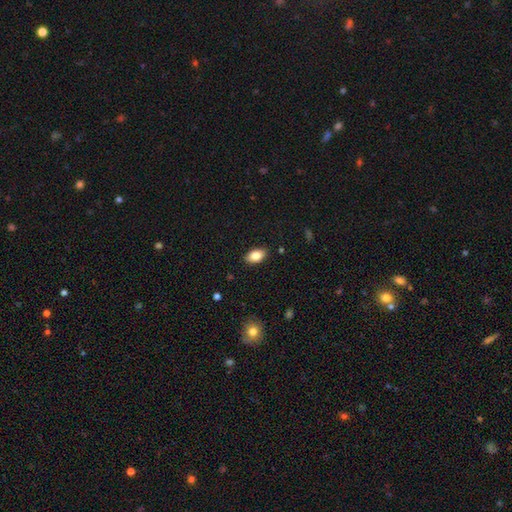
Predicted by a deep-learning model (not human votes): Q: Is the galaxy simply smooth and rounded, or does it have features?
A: smooth — 83%.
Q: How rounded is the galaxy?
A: in between — 92%.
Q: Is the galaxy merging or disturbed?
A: none — 87%.